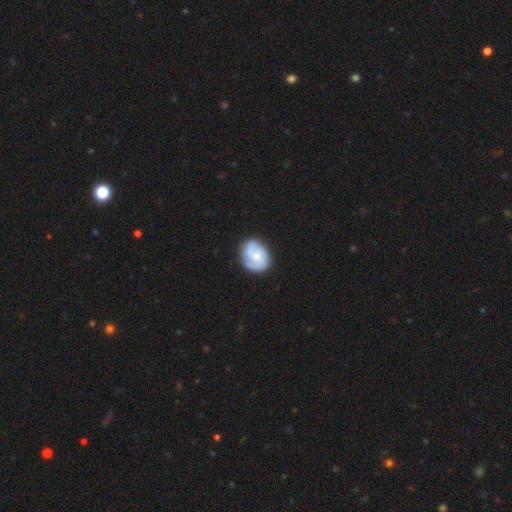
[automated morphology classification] A featured or disk galaxy (54%) with no bar (74%), spiral arms (78%) and a small central bulge (46%). Merging: none (64%).